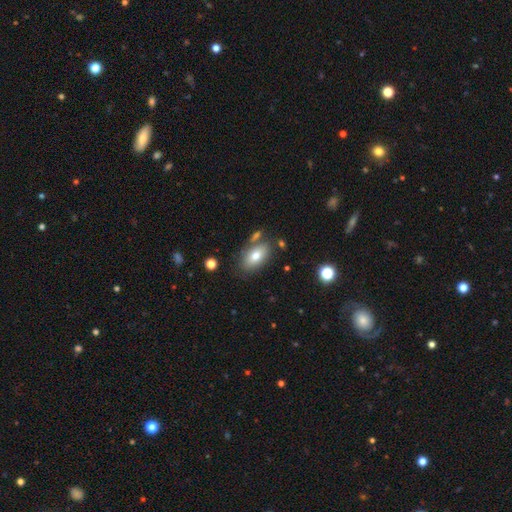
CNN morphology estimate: The model was most divided on "smooth or featured": smooth: 74%, featured or disk: 18%, star or artifact: 8%. More confident: how rounded — in between (90%); merging — none (72%).